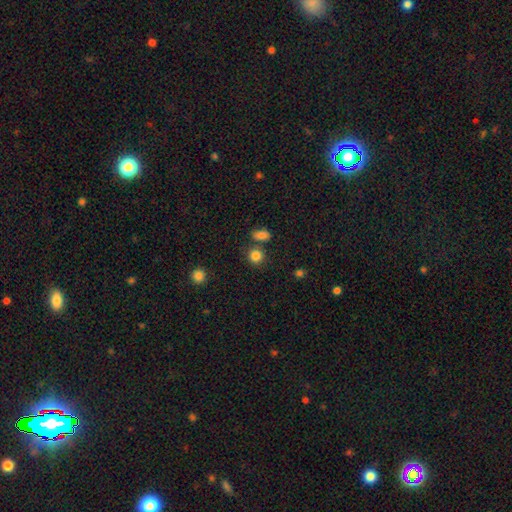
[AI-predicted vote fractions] This appears to be a smooth galaxy with no disk features (84%) that is round (86%). Merging: none (75%).